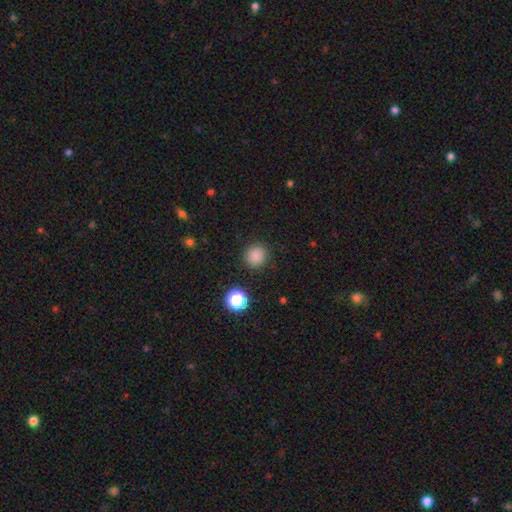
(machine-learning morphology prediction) type=smooth (83%); roundness=round (93%); merging=none (89%).